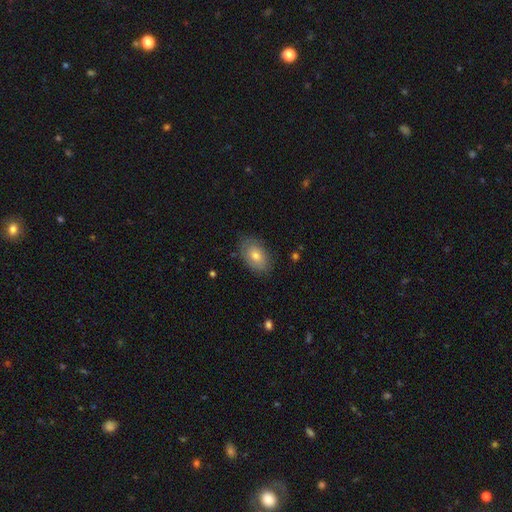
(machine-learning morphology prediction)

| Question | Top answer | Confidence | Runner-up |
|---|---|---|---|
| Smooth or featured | smooth | 68% | featured or disk (24%) |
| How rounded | in between | 90% | round (8%) |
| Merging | none | 80% | minor disturbance (15%) |